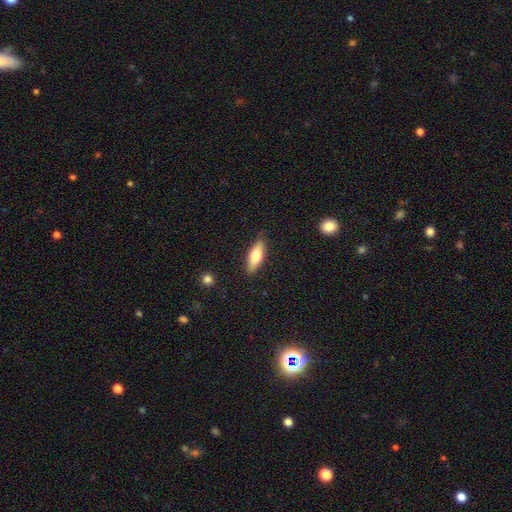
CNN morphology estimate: type=smooth (69%); roundness=in between (62%); merging=none (87%).